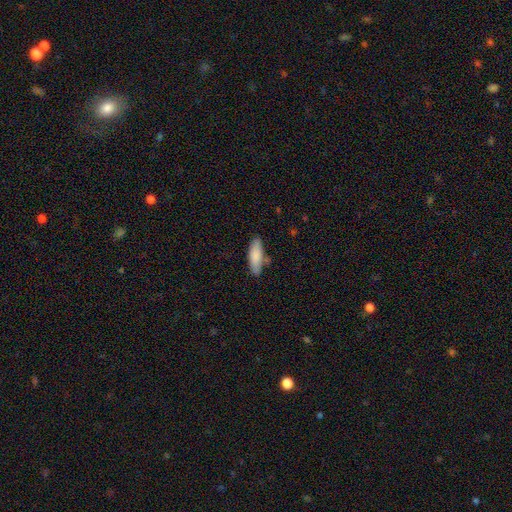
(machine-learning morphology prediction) Smooth or featured: smooth — 85% (featured or disk — 10%)
How rounded: in between — 57% (cigar-shaped — 41%)
Merging: none — 73% (minor disturbance — 19%)